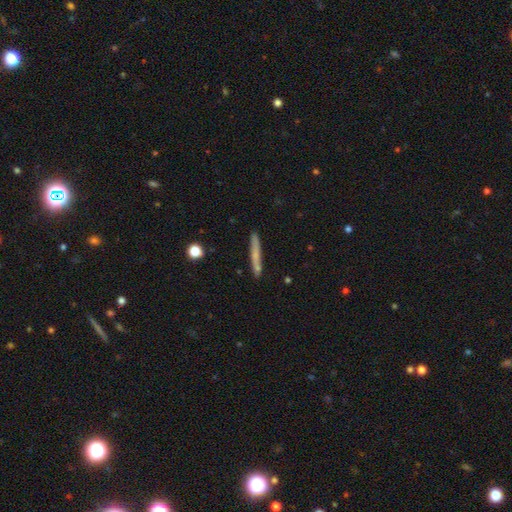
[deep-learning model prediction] smooth-or-featured: smooth: 58% | featured or disk: 34% | star or artifact: 8%
  how-rounded: cigar-shaped: 95% | in between: 3% | round: 2%
  merging: none: 85% | minor disturbance: 10% | merger: 2% | major disturbance: 2%